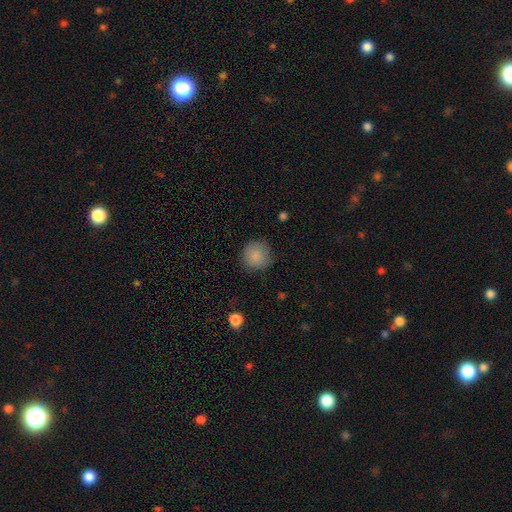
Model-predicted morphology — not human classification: A smooth galaxy with no disk features (87%) that is round (92%). Merging: none (83%).